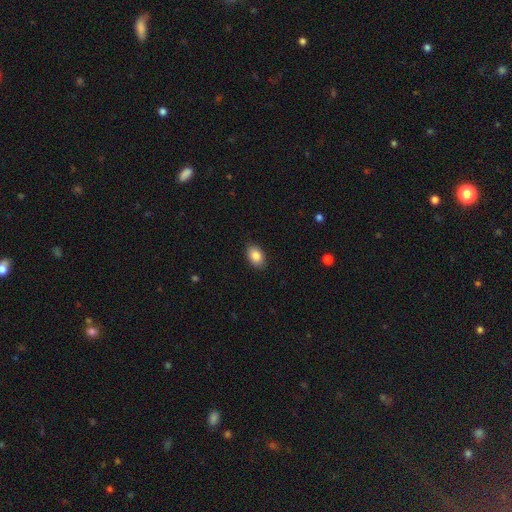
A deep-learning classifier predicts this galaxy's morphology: Smooth or featured? smooth (86%)
How rounded? in between (86%)
Merging? none (88%)